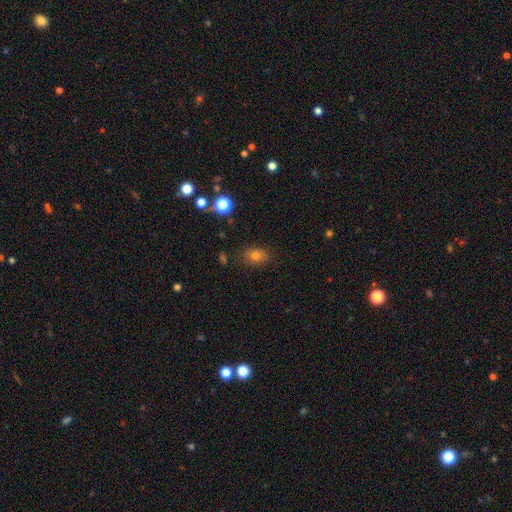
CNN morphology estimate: A smooth galaxy with no disk features (74%) that is in between round and cigar-shaped (68%). Merging: none (83%).